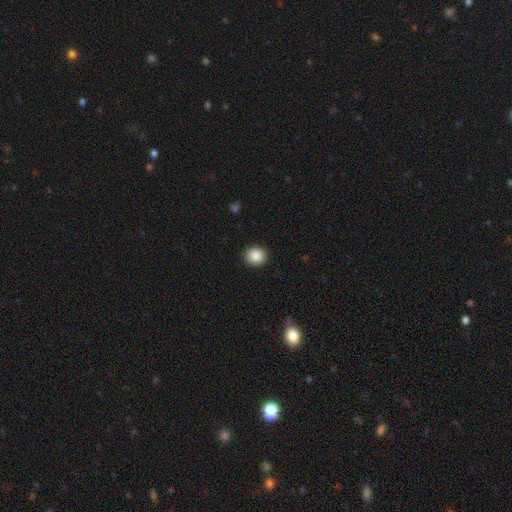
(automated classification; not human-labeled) A smooth galaxy with no disk features (88%) that is round (83%). Merging: none (91%).